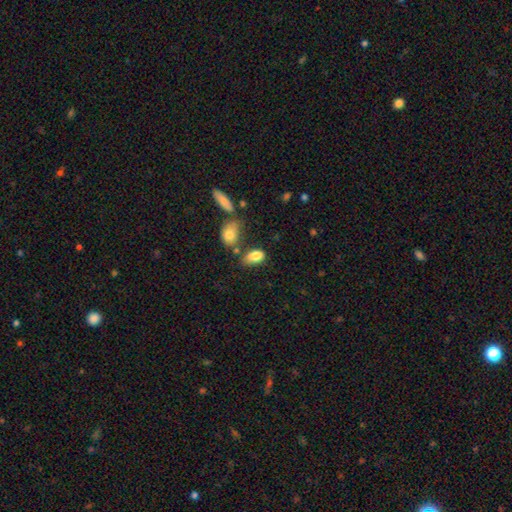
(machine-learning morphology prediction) The model was most divided on "merging": none: 52%, minor disturbance: 23%, merger: 17%, major disturbance: 8%. More confident: how rounded — in between (90%); smooth or featured — smooth (83%).